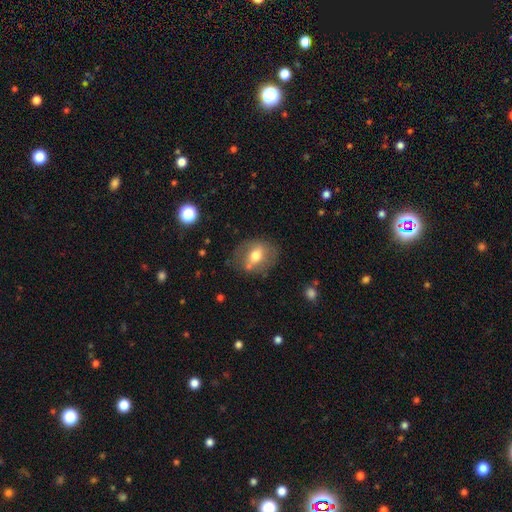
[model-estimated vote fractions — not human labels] smooth_or_featured: smooth (p=0.60) [alt: featured or disk p=0.32]
how_rounded: in between (p=0.57) [alt: round p=0.41]
merging: none (p=0.68) [alt: minor disturbance p=0.18]